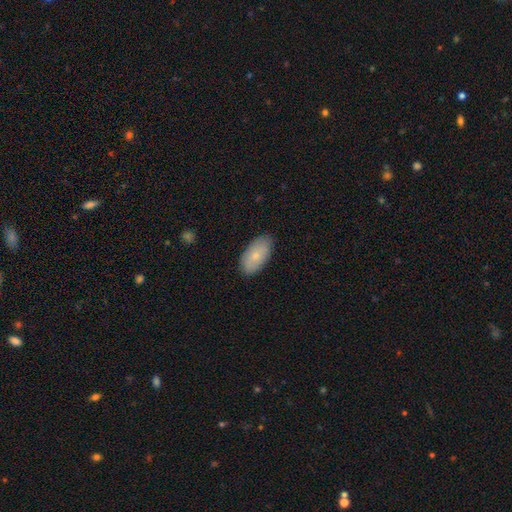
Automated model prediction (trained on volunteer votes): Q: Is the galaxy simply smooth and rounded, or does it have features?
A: smooth — 75%.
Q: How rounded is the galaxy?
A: in between — 94%.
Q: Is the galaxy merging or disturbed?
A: none — 85%.